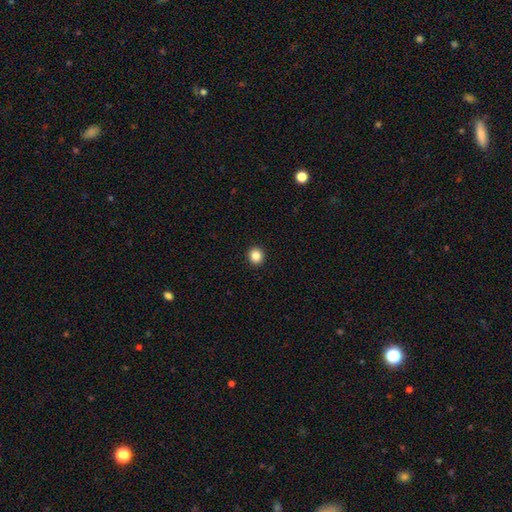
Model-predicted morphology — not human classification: smooth_or_featured: smooth (p=0.86) [alt: star or artifact p=0.11]
how_rounded: round (p=0.89) [alt: in between p=0.10]
merging: none (p=0.93) [alt: minor disturbance p=0.04]